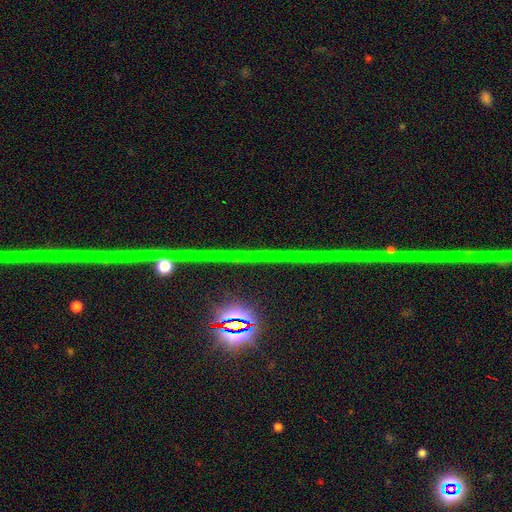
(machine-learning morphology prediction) A star or artifact, not a galaxy (86%).